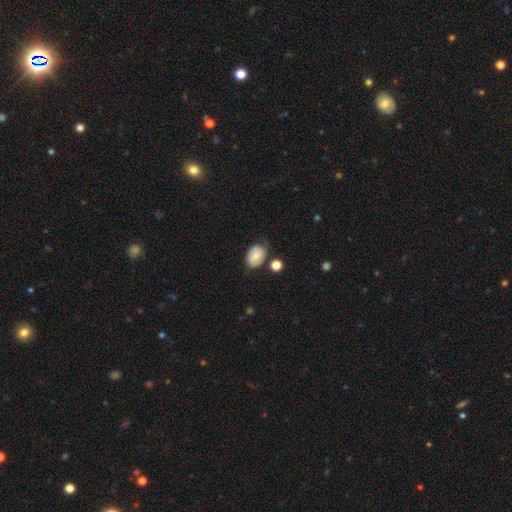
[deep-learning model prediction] Smooth or featured? Predicted: smooth (p=0.67). How rounded? Predicted: in between (p=0.73). Merging? Predicted: none (p=0.60).